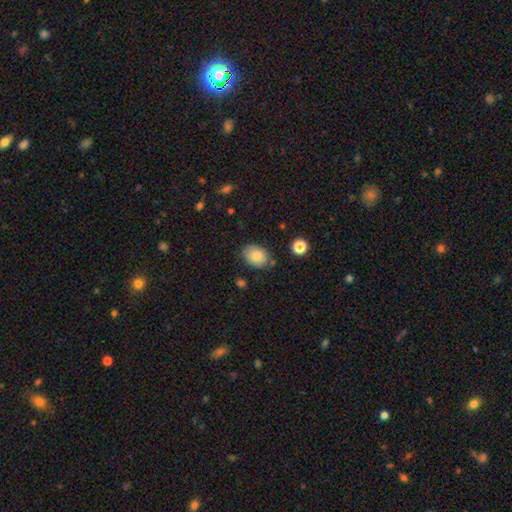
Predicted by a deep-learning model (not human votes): smooth_or_featured: smooth (p=0.82) [alt: featured or disk p=0.10]
how_rounded: in between (p=0.68) [alt: round p=0.31]
merging: none (p=0.77) [alt: minor disturbance p=0.16]